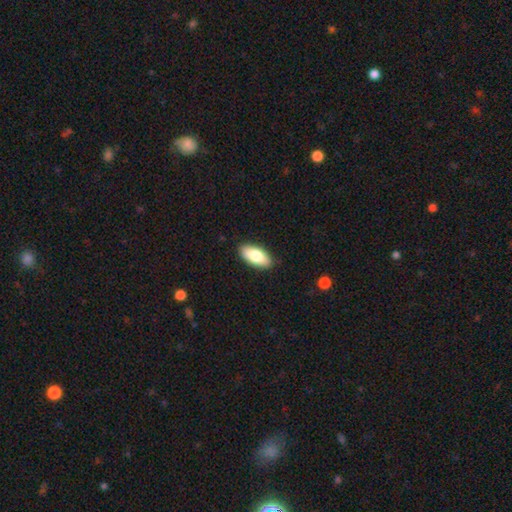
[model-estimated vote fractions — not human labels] The model was most divided on "smooth or featured": smooth: 80%, featured or disk: 14%, star or artifact: 6%. More confident: how rounded — in between (91%); merging — none (87%).